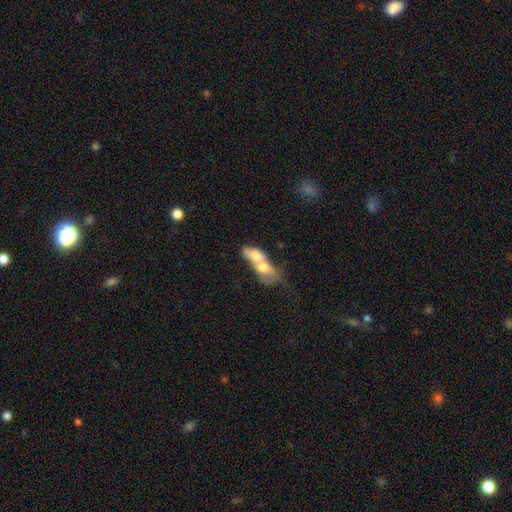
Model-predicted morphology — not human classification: smooth-or-featured: smooth: 64% | featured or disk: 29% | star or artifact: 7%
  how-rounded: in between: 75% | round: 14% | cigar-shaped: 11%
  merging: merger: 82% | none: 8% | major disturbance: 5% | minor disturbance: 5%